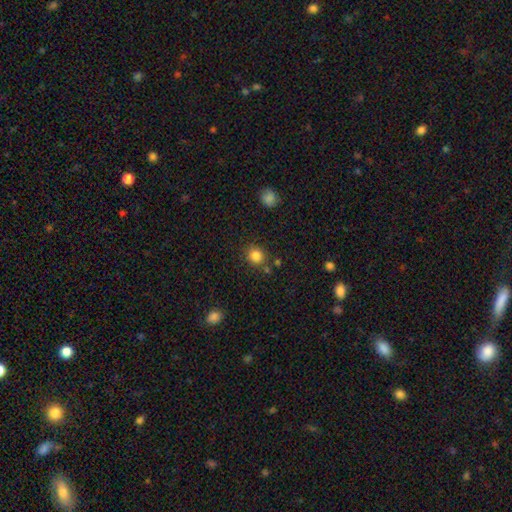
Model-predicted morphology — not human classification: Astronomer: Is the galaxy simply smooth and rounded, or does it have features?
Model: smooth — 84%.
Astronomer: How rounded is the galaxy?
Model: round — 87%.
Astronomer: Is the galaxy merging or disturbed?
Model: none — 80%.